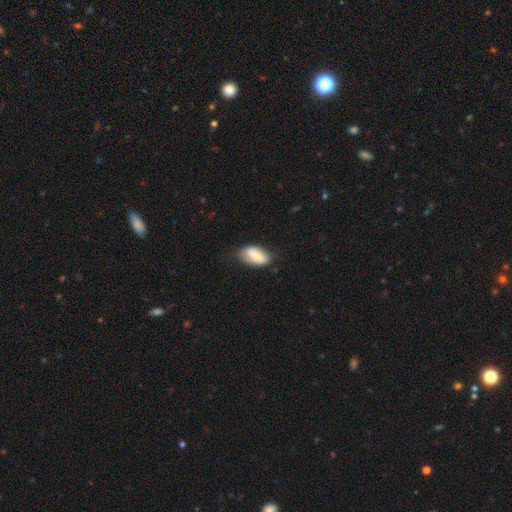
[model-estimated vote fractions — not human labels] A smooth galaxy with no disk features (72%) that is in between round and cigar-shaped (92%).

Vote fractions:
- Smooth or featured? smooth: 72% / featured or disk: 21% / star or artifact: 7%
- How rounded? in between: 92% / cigar-shaped: 4% / round: 4%
- Merging? none: 67% / minor disturbance: 25% / major disturbance: 5% / merger: 2%